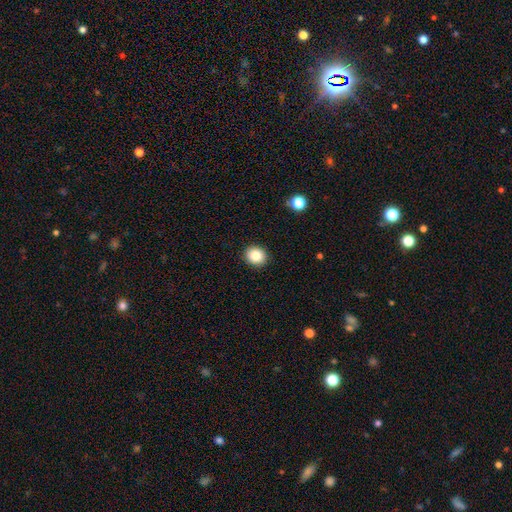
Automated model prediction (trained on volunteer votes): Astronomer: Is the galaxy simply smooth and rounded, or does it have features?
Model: smooth — 85%.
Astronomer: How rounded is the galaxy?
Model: round — 73%.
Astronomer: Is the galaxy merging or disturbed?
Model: none — 91%.